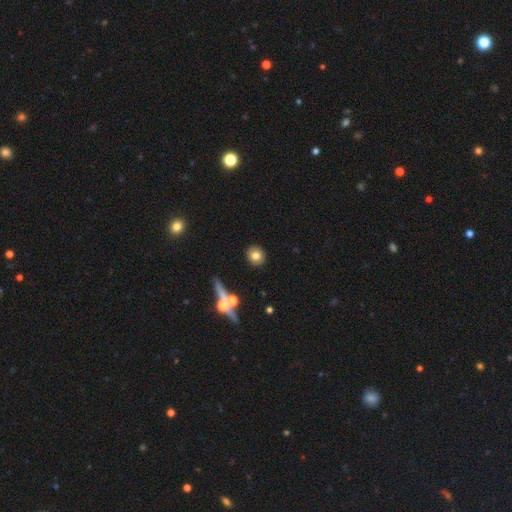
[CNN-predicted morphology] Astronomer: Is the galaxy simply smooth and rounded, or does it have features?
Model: smooth — 76%.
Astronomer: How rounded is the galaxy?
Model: round — 86%.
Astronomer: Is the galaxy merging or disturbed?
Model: none — 89%.